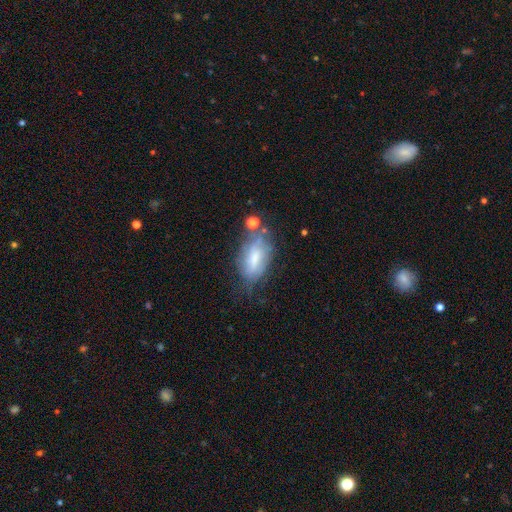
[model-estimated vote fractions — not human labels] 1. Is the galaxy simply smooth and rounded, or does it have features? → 50% smooth, 38% featured or disk, 12% star or artifact.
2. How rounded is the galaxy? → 88% in between, 8% cigar-shaped, 4% round.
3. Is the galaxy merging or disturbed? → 54% none, 26% minor disturbance, 11% major disturbance, 9% merger.